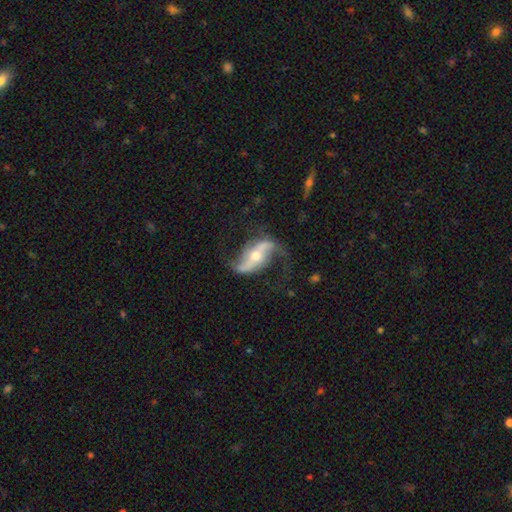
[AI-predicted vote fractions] Morphology: type=featured or disk (87%); edge-on=no (93%); bar=strong (46%); spiral arms=yes (95%); winding=loose (79%); arm count=2 (93%); bulge=moderate (55%); merging=none (70%).